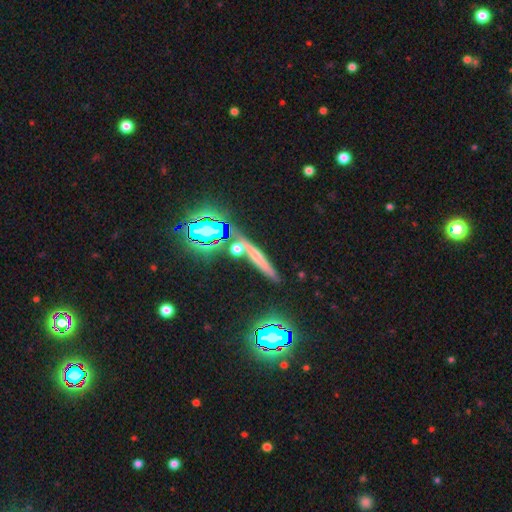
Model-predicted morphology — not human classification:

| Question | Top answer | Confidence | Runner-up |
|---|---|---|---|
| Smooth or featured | smooth | 42% | featured or disk (31%) |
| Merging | none | 77% | minor disturbance (10%) |